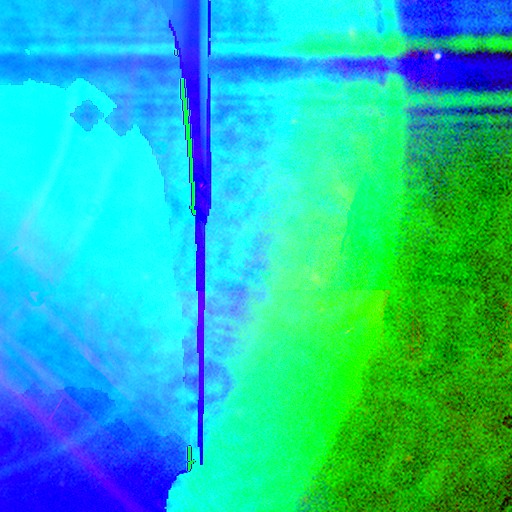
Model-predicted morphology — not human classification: The model was most divided on "smooth or featured": star or artifact: 81%, featured or disk: 12%, smooth: 7%.